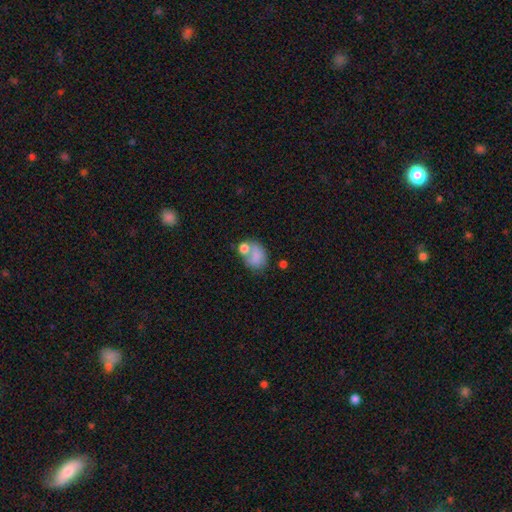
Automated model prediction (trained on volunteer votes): smooth_or_featured: smooth (p=0.74) [alt: featured or disk p=0.16]
how_rounded: in between (p=0.61) [alt: round p=0.38]
merging: merger (p=0.39) [alt: none p=0.33]